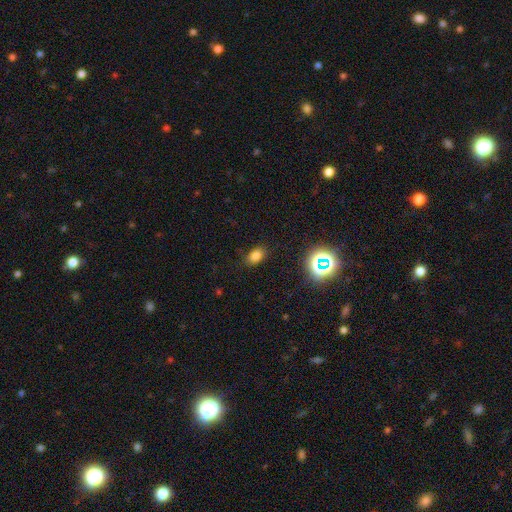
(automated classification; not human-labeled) smooth-or-featured: smooth: 76% | star or artifact: 17% | featured or disk: 7%
  how-rounded: in between: 83% | round: 15% | cigar-shaped: 2%
  merging: none: 86% | minor disturbance: 10% | major disturbance: 3% | merger: 1%